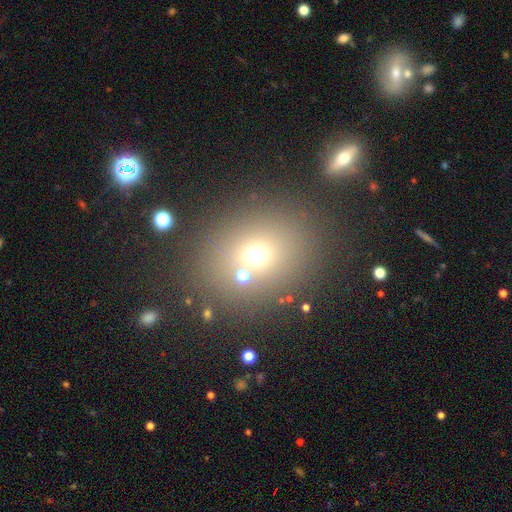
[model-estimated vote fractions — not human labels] smooth 64%, star or artifact 23%, featured or disk 13%. Down the decision tree: how rounded — round (61%); merging — none (73%).